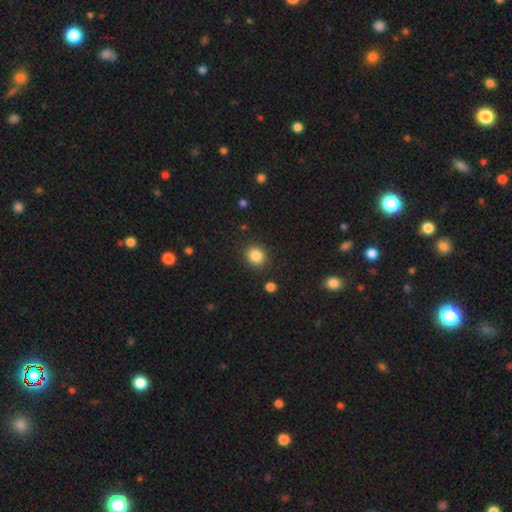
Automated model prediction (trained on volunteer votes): This is clearly a smooth galaxy (85%). How rounded: likely round (79%). Merging: clearly none (88%).